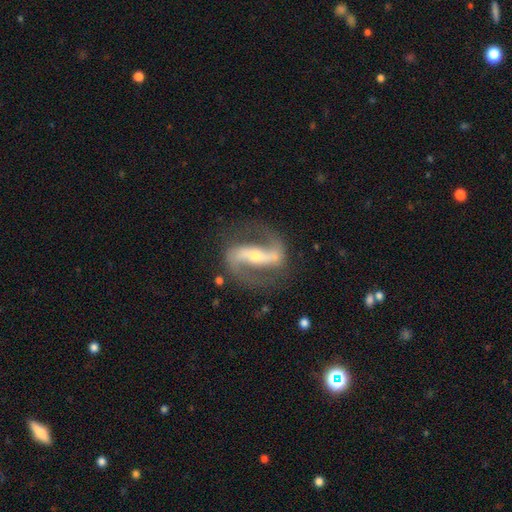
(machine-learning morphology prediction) Smooth or featured: featured or disk — 91% (smooth — 5%)
Edge-on disk: no — 94% (yes — 6%)
Bar: strong — 69% (weak — 18%)
Spiral arms: yes — 96% (no — 4%)
Spiral winding: medium — 47% (loose — 38%)
Spiral arm count: 2 — 93% (can't tell — 2%)
Bulge size: small — 54% (moderate — 41%)
Merging: none — 81% (minor disturbance — 12%)